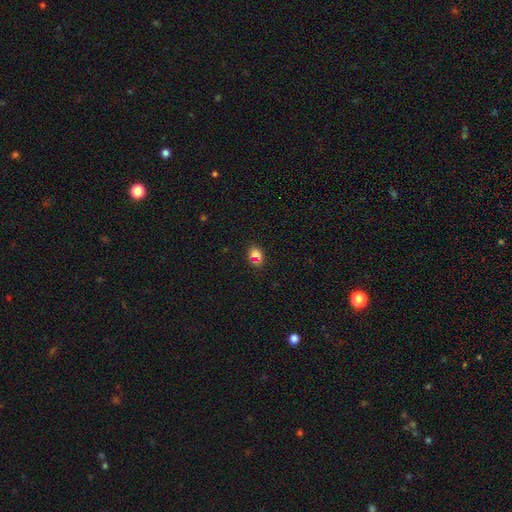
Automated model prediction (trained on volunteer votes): Smooth or featured? Predicted: smooth (p=0.69). How rounded? Predicted: in between (p=0.58). Merging? Predicted: none (p=0.68).